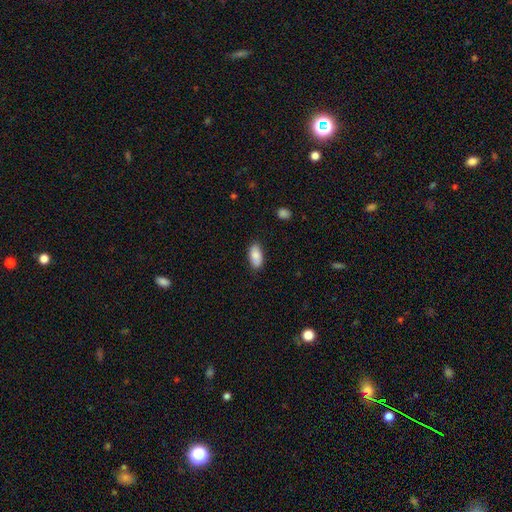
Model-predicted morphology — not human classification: Overall: smooth (86%). How rounded: in between (92%). Merging: none (84%).